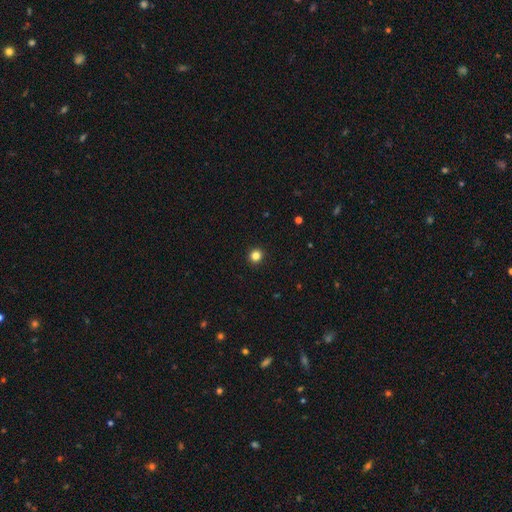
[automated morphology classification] Smooth or featured: smooth — 83% (star or artifact — 13%)
How rounded: round — 93% (in between — 6%)
Merging: none — 93% (minor disturbance — 4%)